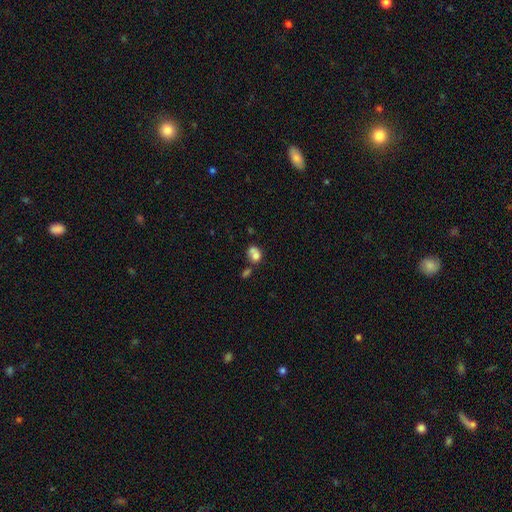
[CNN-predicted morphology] Q: Smooth or featured?
A: smooth (72%); runner-up: featured or disk (17%)
Q: How rounded?
A: round (57%); runner-up: in between (42%)
Q: Merging?
A: merger (49%); runner-up: none (29%)